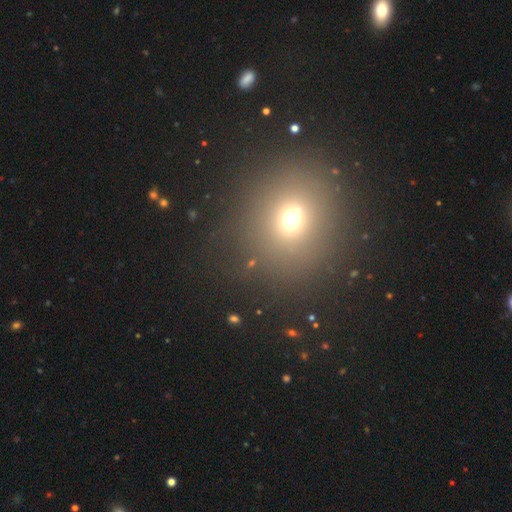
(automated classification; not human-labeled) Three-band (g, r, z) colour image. It shows a smooth galaxy with no disk features (60%) that is round (84%). Merging: none (90%).